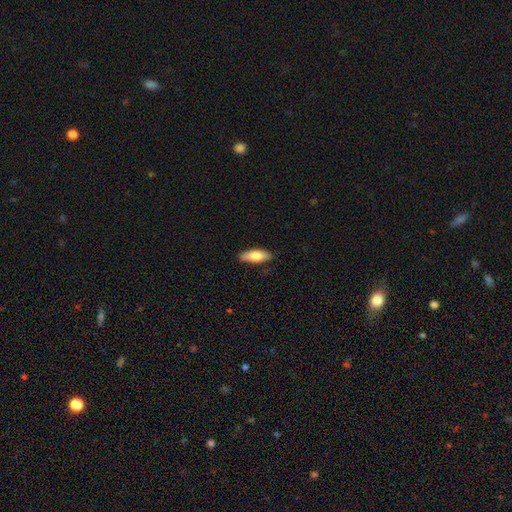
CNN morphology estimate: Smooth or featured?
  - smooth: 77% *
  - featured or disk: 17%
  - star or artifact: 6%
How rounded?
  - in between: 62% *
  - cigar-shaped: 36%
  - round: 2%
Merging?
  - none: 85% *
  - minor disturbance: 12%
  - major disturbance: 2%
  - merger: 1%